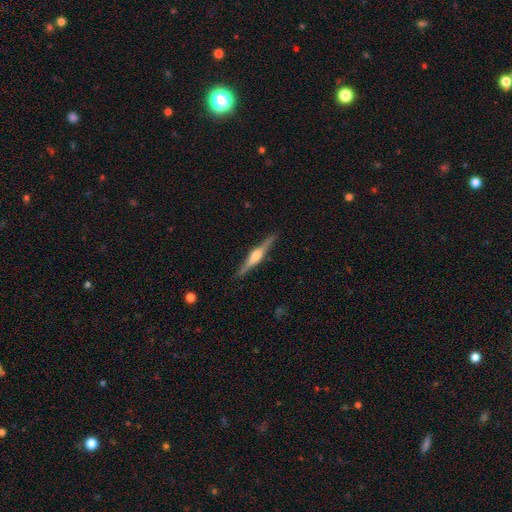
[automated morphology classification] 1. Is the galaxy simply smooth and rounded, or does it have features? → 81% featured or disk, 14% smooth, 5% star or artifact.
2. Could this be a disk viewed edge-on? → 98% yes, 2% no.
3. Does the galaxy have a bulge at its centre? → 83% rounded, 13% boxy, 3% none.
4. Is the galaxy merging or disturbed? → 90% none, 7% minor disturbance, 2% major disturbance, 1% merger.